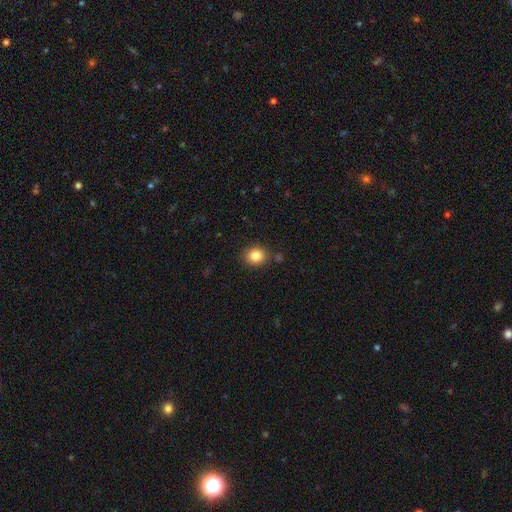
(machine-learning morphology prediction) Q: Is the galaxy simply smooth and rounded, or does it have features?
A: smooth — 85%.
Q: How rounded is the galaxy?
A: round — 76%.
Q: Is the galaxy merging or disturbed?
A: none — 85%.